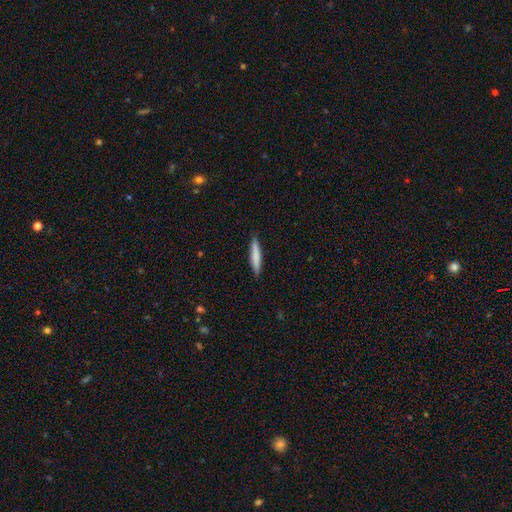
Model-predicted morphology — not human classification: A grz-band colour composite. It shows a smooth galaxy with no disk features (75%) that is cigar-shaped (90%). Merging: none (89%).